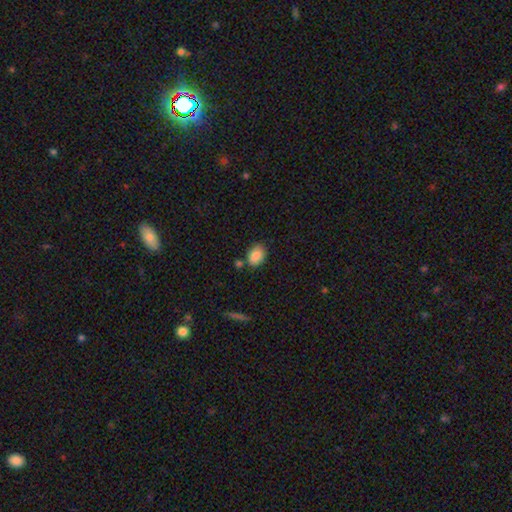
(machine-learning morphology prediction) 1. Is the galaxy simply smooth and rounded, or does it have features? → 86% smooth, 8% star or artifact, 6% featured or disk.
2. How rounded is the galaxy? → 77% in between, 22% round, 1% cigar-shaped.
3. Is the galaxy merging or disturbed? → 72% none, 16% minor disturbance, 9% merger, 3% major disturbance.